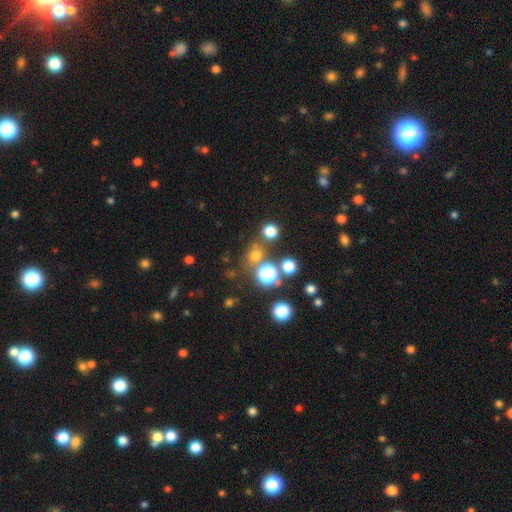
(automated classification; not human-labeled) smooth-or-featured: smooth: 63% | star or artifact: 29% | featured or disk: 8%
  how-rounded: round: 82% | in between: 17% | cigar-shaped: 1%
  merging: none: 71% | merger: 14% | minor disturbance: 10% | major disturbance: 5%